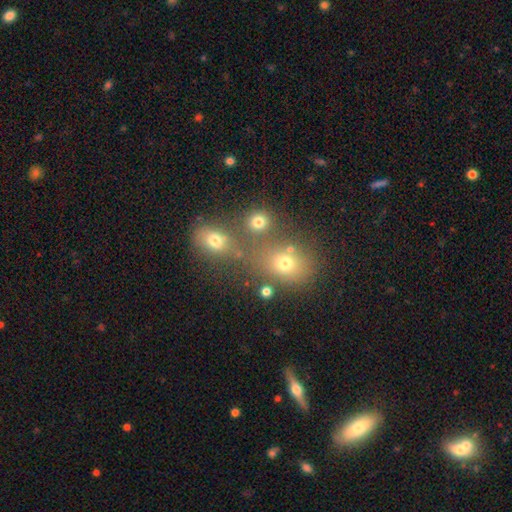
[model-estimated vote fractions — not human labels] Smooth or featured?
  - smooth: 53% *
  - star or artifact: 30%
  - featured or disk: 17%
How rounded?
  - round: 72% *
  - in between: 26%
  - cigar-shaped: 2%
Merging?
  - merger: 45% *
  - none: 42%
  - minor disturbance: 8%
  - major disturbance: 4%